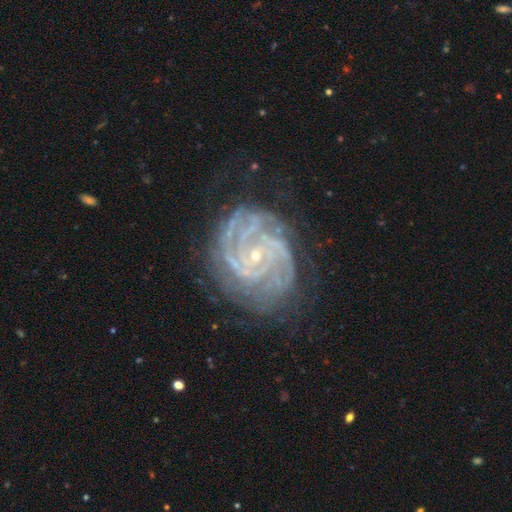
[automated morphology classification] type=featured or disk (90%); edge-on=no (98%); bar=no (68%); spiral arms=yes (98%); winding=tight (77%); arm count=2 (22%); bulge=small (87%); merging=none (74%).